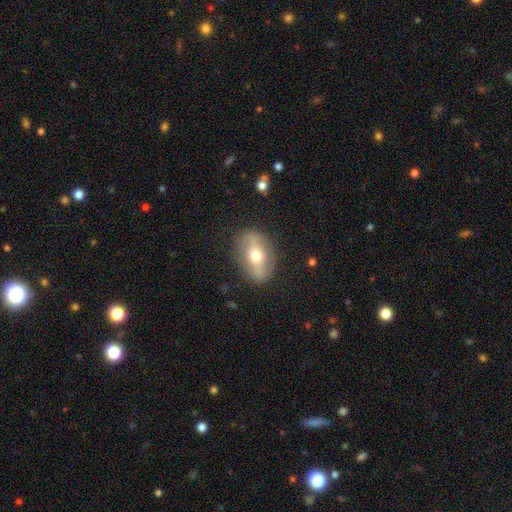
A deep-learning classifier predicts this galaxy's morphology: Smooth or featured?
  - featured or disk: 58% *
  - smooth: 35%
  - star or artifact: 7%
Edge-on disk?
  - no: 74% *
  - yes: 26%
Merging?
  - none: 84% *
  - minor disturbance: 11%
  - major disturbance: 4%
  - merger: 1%